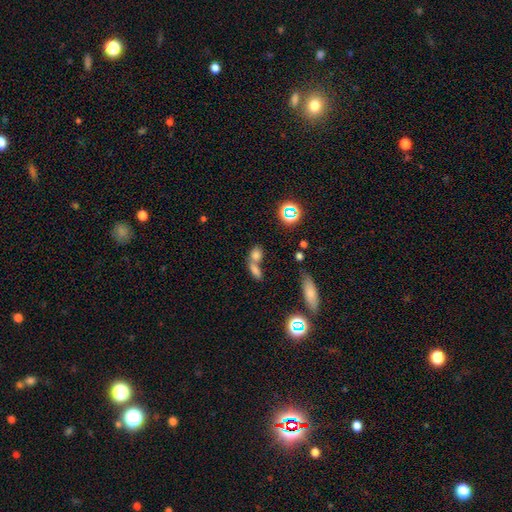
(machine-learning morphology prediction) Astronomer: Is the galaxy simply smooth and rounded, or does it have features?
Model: smooth — 73%.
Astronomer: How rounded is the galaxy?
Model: in between — 64%.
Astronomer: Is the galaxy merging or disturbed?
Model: merger — 59%.